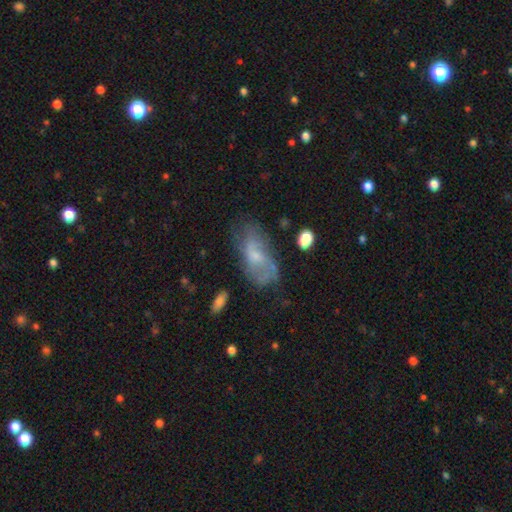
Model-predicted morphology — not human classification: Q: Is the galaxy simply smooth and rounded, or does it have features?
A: featured or disk — 52%.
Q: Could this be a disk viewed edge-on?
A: no — 92%.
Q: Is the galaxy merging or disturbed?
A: none — 51%.